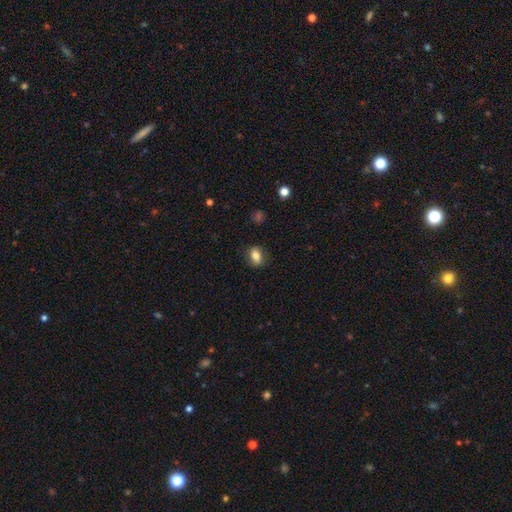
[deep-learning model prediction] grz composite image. It shows a smooth galaxy with no disk features (82%) that is in between round and cigar-shaped (76%). Merging: none (82%).